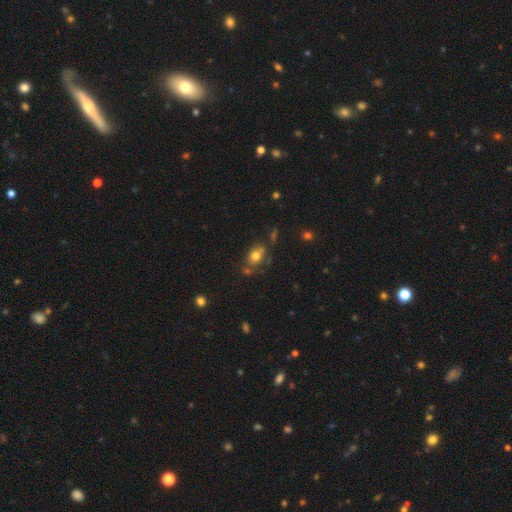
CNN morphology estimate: This is likely a smooth galaxy (73%). How rounded: possibly in between (60%). Merging: possibly none (55%).